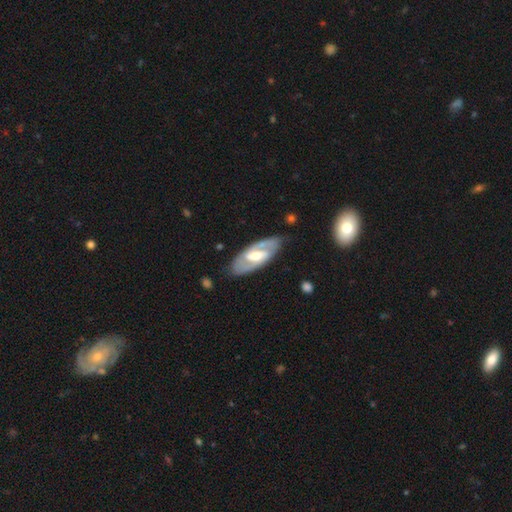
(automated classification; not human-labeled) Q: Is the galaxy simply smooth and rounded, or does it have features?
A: featured or disk — 76%.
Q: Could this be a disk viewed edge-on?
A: no — 91%.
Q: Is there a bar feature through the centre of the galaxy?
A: strong — 43%.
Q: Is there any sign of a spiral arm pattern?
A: yes — 76%.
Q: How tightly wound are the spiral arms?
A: medium — 46%.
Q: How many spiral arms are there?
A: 2 — 83%.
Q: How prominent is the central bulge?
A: moderate — 63%.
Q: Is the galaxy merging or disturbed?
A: none — 81%.